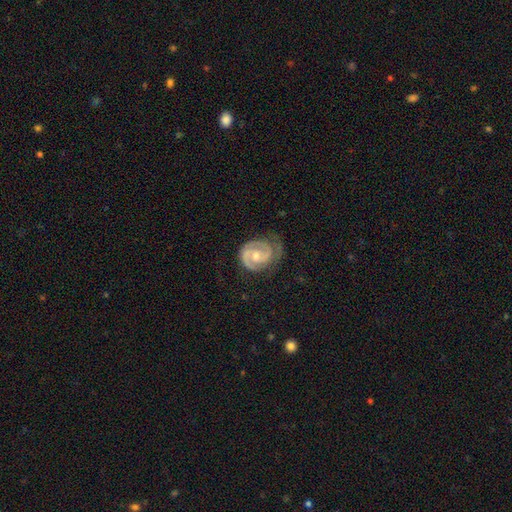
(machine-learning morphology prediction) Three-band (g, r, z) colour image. It shows a featured or disk galaxy (85%) with no bar (52%), 2 (76%) tight (55%) spiral arms (96%) and a moderate central bulge (57%). Merging: none (60%).